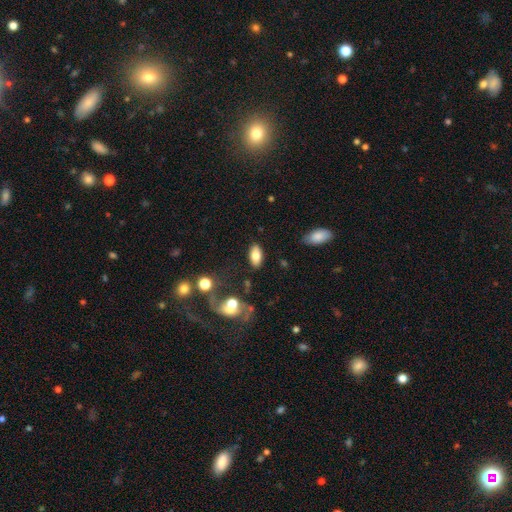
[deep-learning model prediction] Overall: smooth (75%). How rounded: in between (91%). Merging: none (83%).